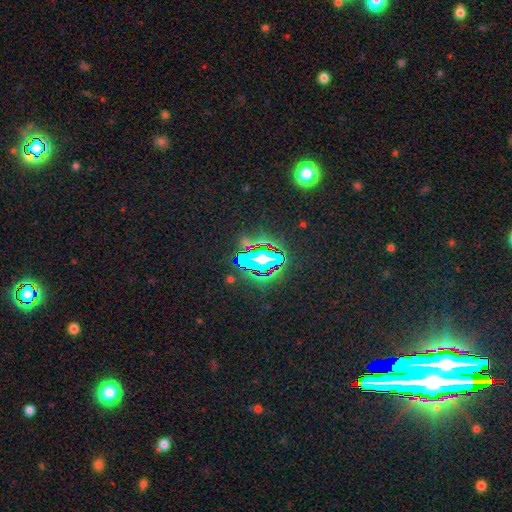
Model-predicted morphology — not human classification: Smooth or featured? Predicted: star or artifact (p=0.79).